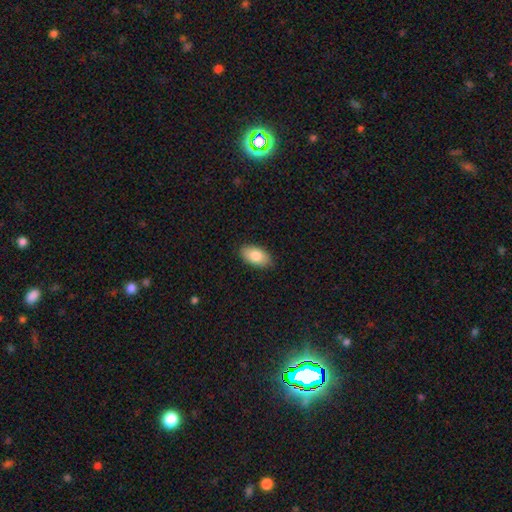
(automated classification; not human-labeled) This appears to be a smooth galaxy with no disk features (83%) that is in between round and cigar-shaped (95%). Merging: none (88%).